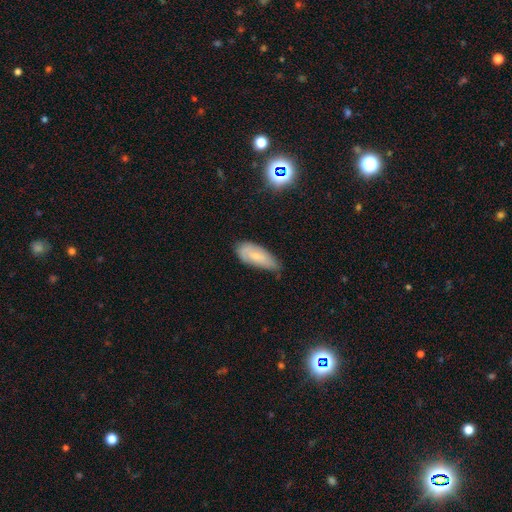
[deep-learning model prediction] Morphology: type=smooth (63%); roundness=in between (82%); merging=minor disturbance (44%, tied with none).